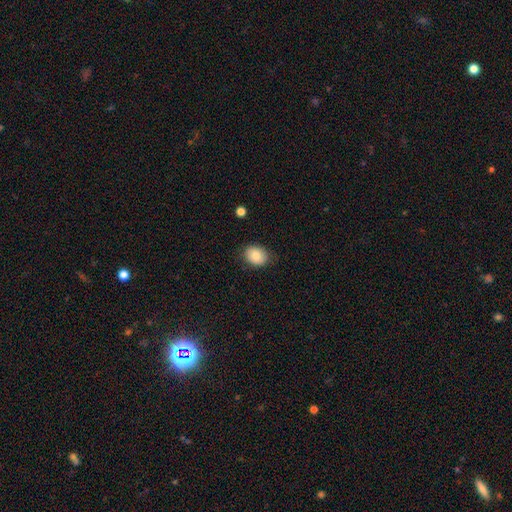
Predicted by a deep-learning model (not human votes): Smooth or featured?
  - smooth: 82% *
  - featured or disk: 9%
  - star or artifact: 8%
How rounded?
  - in between: 56% *
  - round: 43%
  - cigar-shaped: 1%
Merging?
  - none: 83% *
  - minor disturbance: 13%
  - major disturbance: 3%
  - merger: 1%